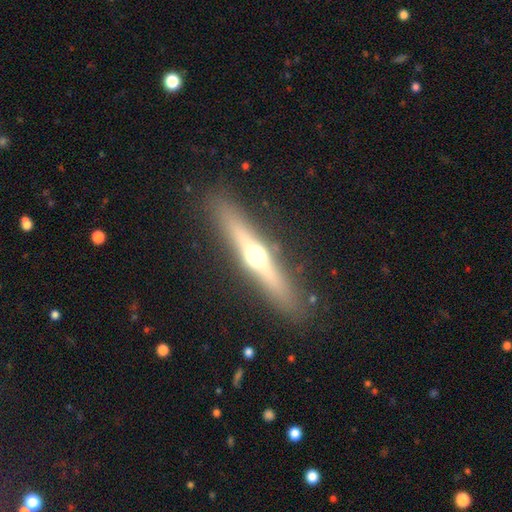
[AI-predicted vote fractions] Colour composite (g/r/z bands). It shows a featured or disk galaxy (68%) viewed edge-on (96%) with a rounded central bulge (94%). Merging: none (88%).